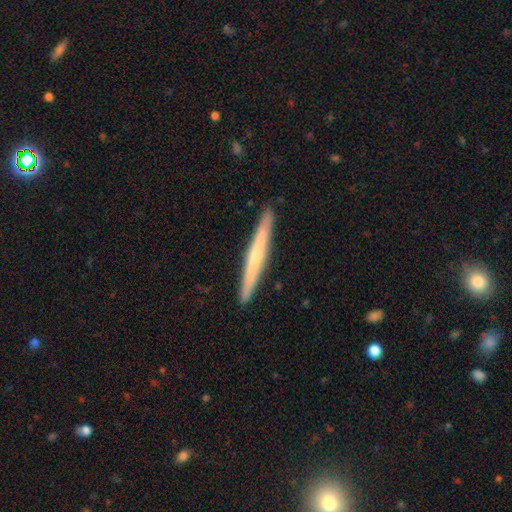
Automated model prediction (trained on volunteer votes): This is possibly a featured or disk galaxy (51%). It is clearly viewed edge-on (96%). Merging: clearly none (92%).